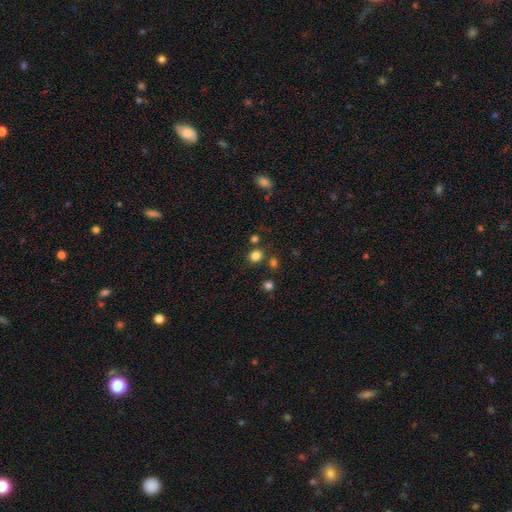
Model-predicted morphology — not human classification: A smooth galaxy with no disk features (80%) that is round (83%).

Vote fractions:
- Smooth or featured? smooth: 80% / star or artifact: 15% / featured or disk: 4%
- How rounded? round: 83% / in between: 16% / cigar-shaped: 1%
- Merging? none: 80% / merger: 9% / minor disturbance: 8% / major disturbance: 3%